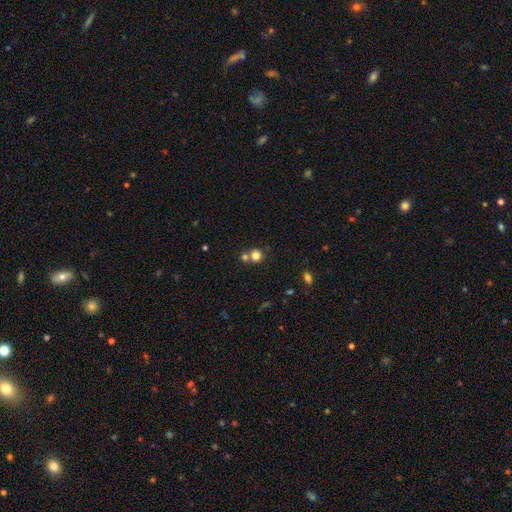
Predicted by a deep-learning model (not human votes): This appears to be a smooth galaxy with no disk features (79%) that is round (89%). Merging: none (56%).